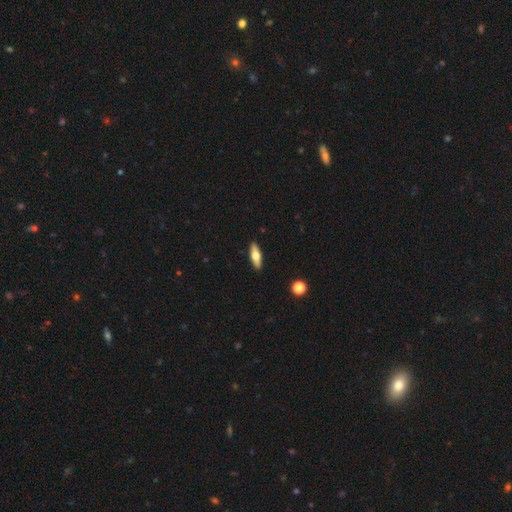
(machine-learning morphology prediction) smooth_or_featured: smooth (p=0.59) [alt: featured or disk p=0.34]
how_rounded: in between (p=0.55) [alt: cigar-shaped p=0.43]
merging: none (p=0.90) [alt: minor disturbance p=0.07]